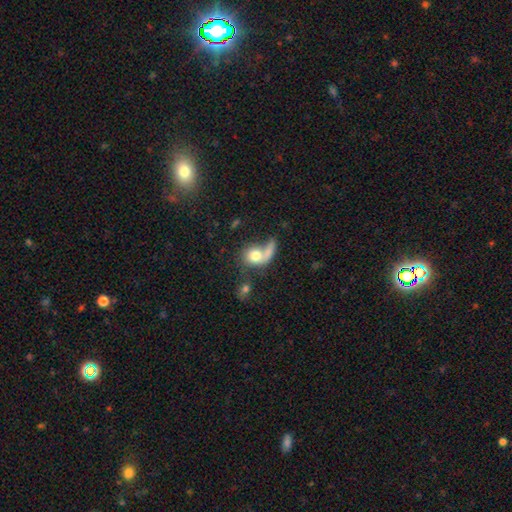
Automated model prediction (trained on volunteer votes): Smooth or featured?
  - smooth: 70% *
  - featured or disk: 22%
  - star or artifact: 8%
How rounded?
  - round: 62% *
  - in between: 36%
  - cigar-shaped: 3%
Merging?
  - merger: 41% *
  - none: 27%
  - major disturbance: 20%
  - minor disturbance: 12%